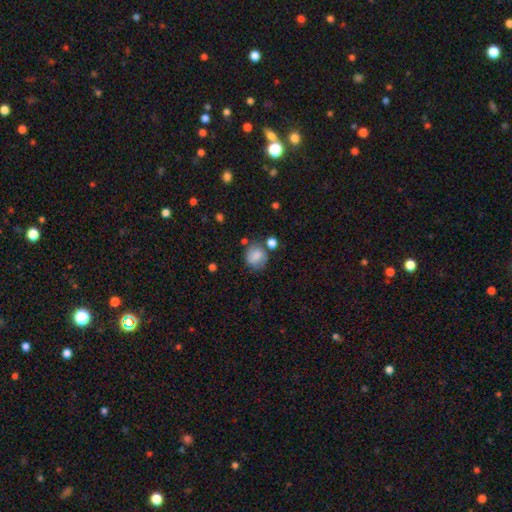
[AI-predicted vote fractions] Q: Smooth or featured?
A: smooth (75%); runner-up: featured or disk (15%)
Q: How rounded?
A: round (76%); runner-up: in between (23%)
Q: Merging?
A: none (62%); runner-up: minor disturbance (21%)